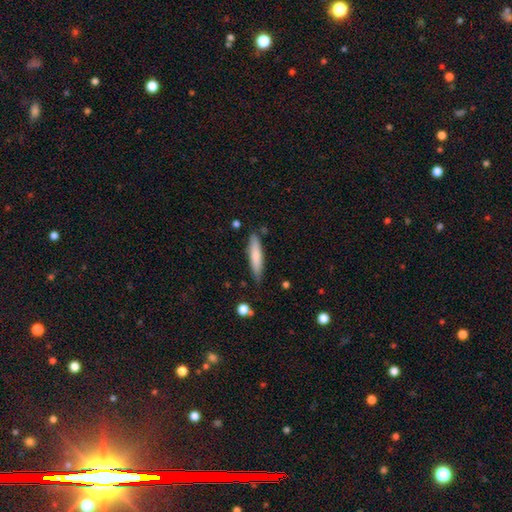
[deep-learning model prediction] This appears to be a smooth galaxy with no disk features (76%) that is cigar-shaped (84%). Merging: none (82%).